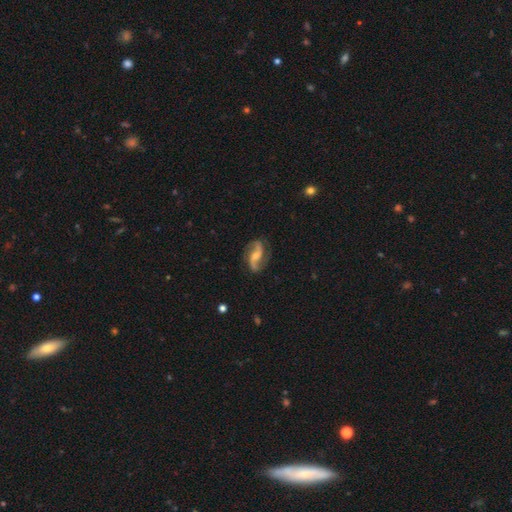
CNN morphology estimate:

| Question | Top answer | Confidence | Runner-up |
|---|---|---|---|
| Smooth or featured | featured or disk | 85% | smooth (9%) |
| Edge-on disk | no | 97% | yes (3%) |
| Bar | weak | 43% | no (38%) |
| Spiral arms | yes | 96% | no (4%) |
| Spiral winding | loose | 57% | medium (35%) |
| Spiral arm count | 2 | 92% | can't tell (2%) |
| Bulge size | moderate | 40% | small (36%) |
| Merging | none | 77% | minor disturbance (15%) |